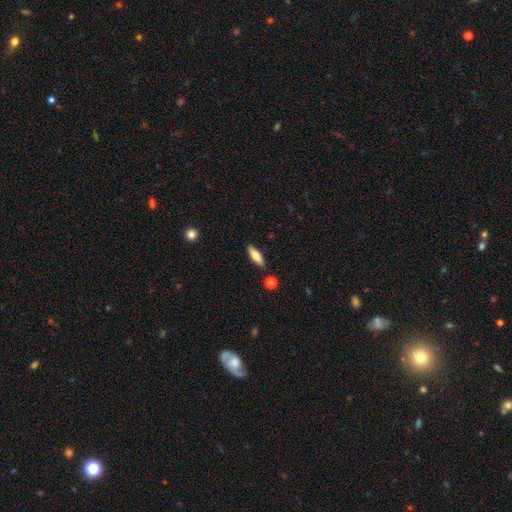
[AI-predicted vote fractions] Smooth or featured? smooth (68%)
How rounded? in between (57%)
Merging? none (87%)